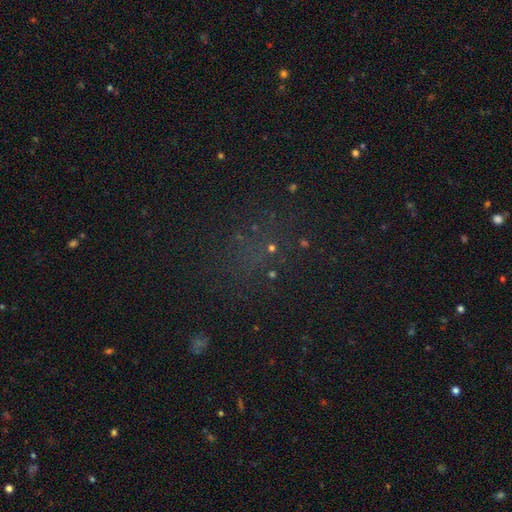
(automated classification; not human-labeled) This is possibly a star or artifact rather than a galaxy (59%).